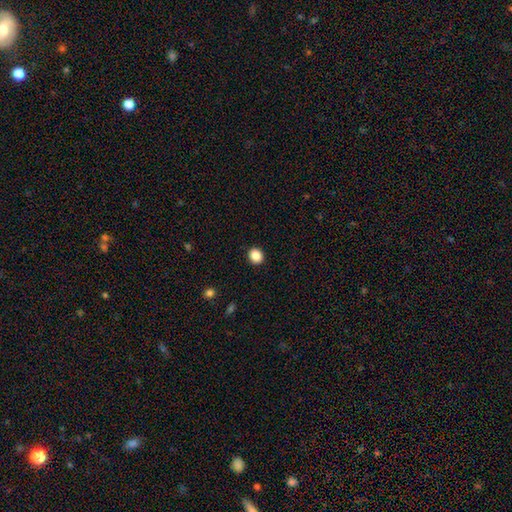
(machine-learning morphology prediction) type=smooth (87%); roundness=round (78%); merging=none (92%).